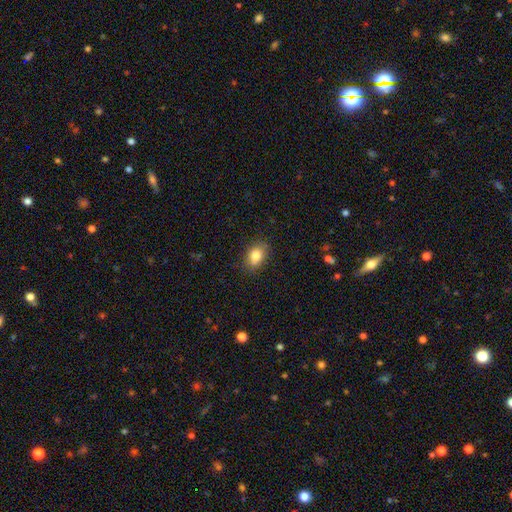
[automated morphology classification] smooth_or_featured: smooth (p=0.81) [alt: featured or disk p=0.09]
how_rounded: in between (p=0.75) [alt: round p=0.23]
merging: none (p=0.81) [alt: minor disturbance p=0.14]